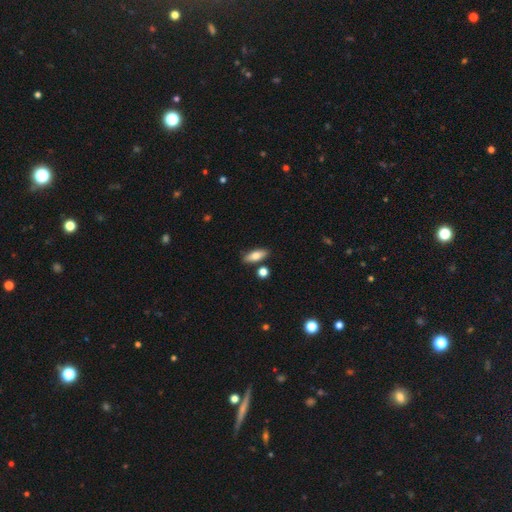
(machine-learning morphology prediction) Smooth or featured? Predicted: smooth (p=0.74). How rounded? Predicted: in between (p=0.69). Merging? Predicted: none (p=0.82).